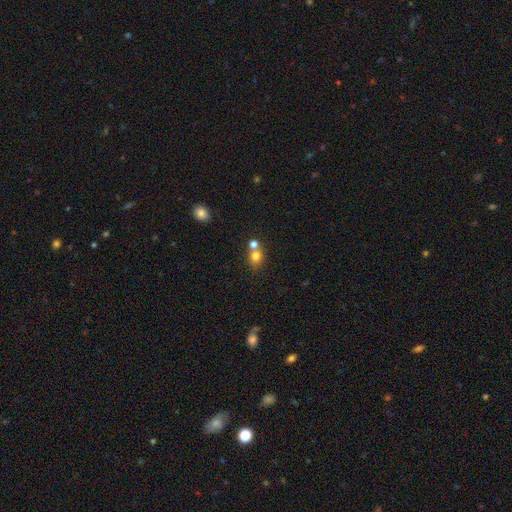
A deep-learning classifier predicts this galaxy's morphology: Q: Smooth or featured?
A: smooth (77%); runner-up: star or artifact (14%)
Q: How rounded?
A: round (70%); runner-up: in between (28%)
Q: Merging?
A: none (49%); runner-up: merger (40%)